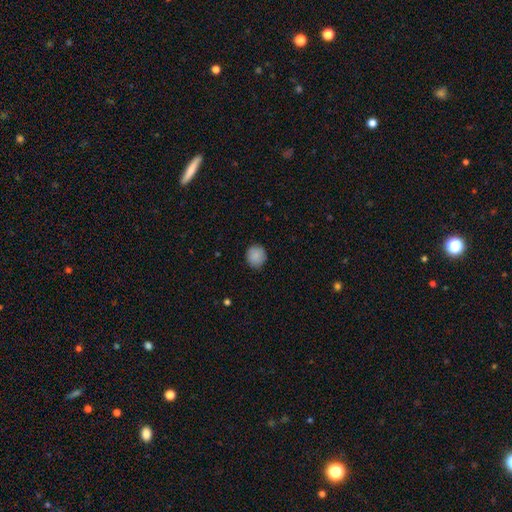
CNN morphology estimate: Smooth or featured? Predicted: smooth (p=0.88). How rounded? Predicted: round (p=0.87). Merging? Predicted: none (p=0.86).